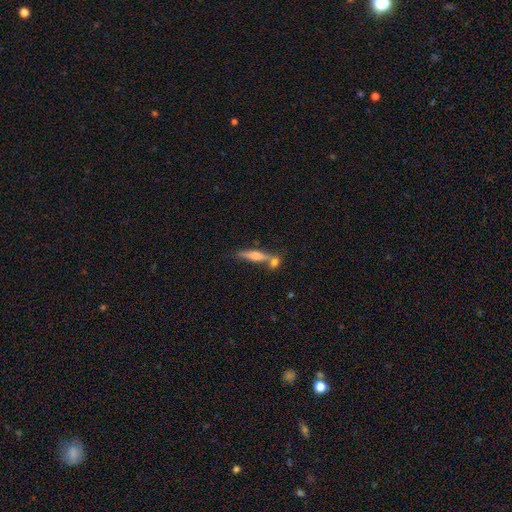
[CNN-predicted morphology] Overall: featured or disk (49%; smooth 43%). Merging: none (58%; merger 27%).